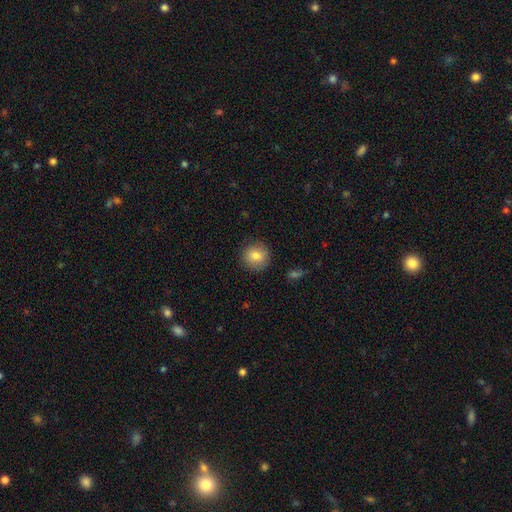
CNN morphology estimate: Smooth or featured: smooth — 82% (featured or disk — 9%)
How rounded: round — 91% (in between — 8%)
Merging: none — 87% (minor disturbance — 9%)